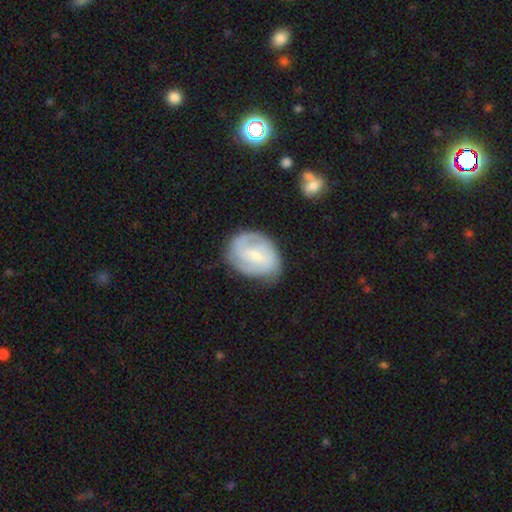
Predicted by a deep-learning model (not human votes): This appears to be a featured or disk galaxy (71%) with a weak bar (52%), 2 (52%) tight (43%) spiral arms (91%) and a small central bulge (65%). Merging: none (70%).